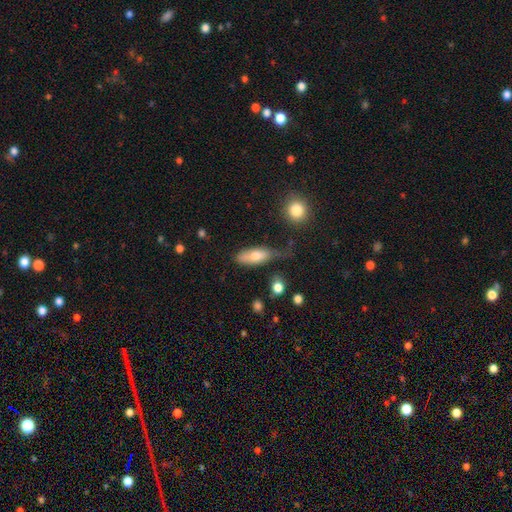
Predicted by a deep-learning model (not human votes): smooth-or-featured: smooth: 70% | featured or disk: 22% | star or artifact: 7%
  how-rounded: in between: 69% | cigar-shaped: 28% | round: 3%
  merging: none: 42% | minor disturbance: 35% | major disturbance: 17% | merger: 6%